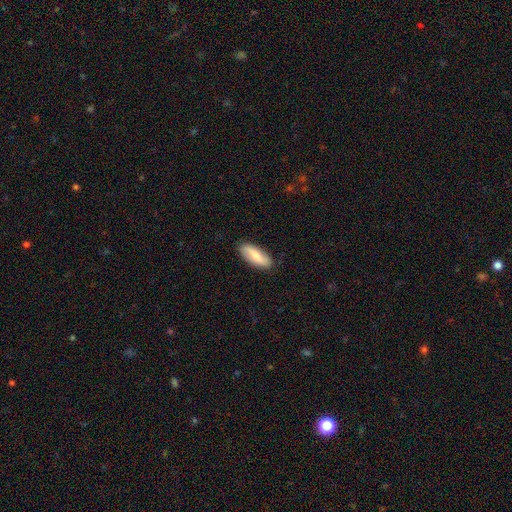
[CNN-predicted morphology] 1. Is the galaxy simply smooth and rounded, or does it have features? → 73% smooth, 22% featured or disk, 6% star or artifact.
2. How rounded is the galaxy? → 72% in between, 26% cigar-shaped, 2% round.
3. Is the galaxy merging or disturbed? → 86% none, 11% minor disturbance, 2% major disturbance, 1% merger.